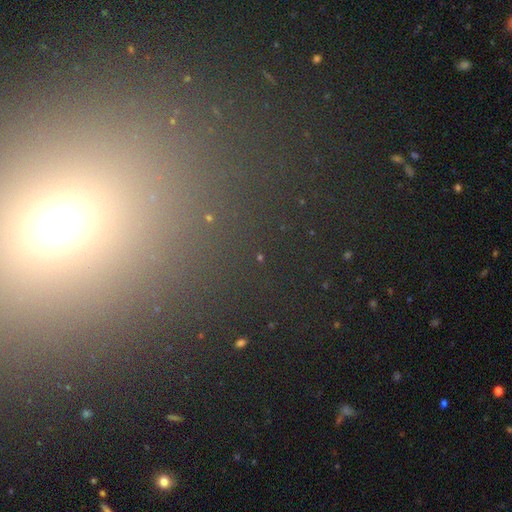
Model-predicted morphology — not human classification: A star or artifact, not a galaxy (54%).